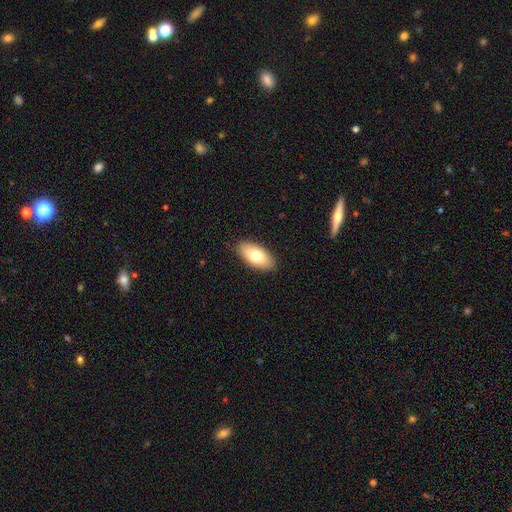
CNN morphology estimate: Smooth or featured?
  - smooth: 72% *
  - featured or disk: 21%
  - star or artifact: 7%
How rounded?
  - in between: 93% *
  - cigar-shaped: 4%
  - round: 3%
Merging?
  - none: 88% *
  - minor disturbance: 9%
  - major disturbance: 2%
  - merger: 1%